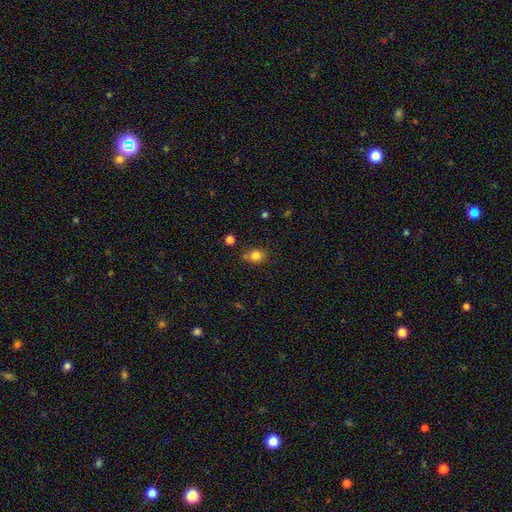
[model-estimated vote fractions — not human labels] smooth 82%, star or artifact 12%, featured or disk 7%. Down the decision tree: how rounded — round (55%); merging — none (61%).